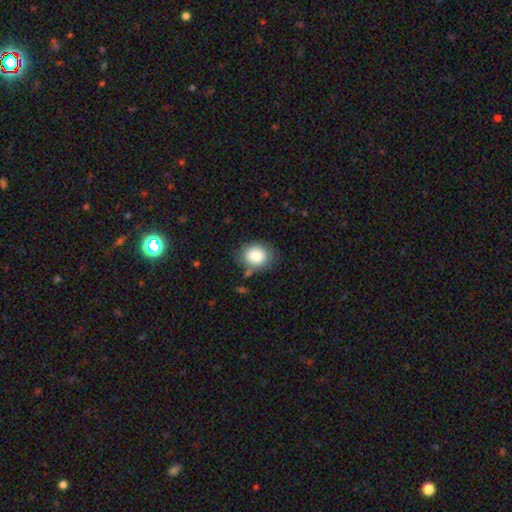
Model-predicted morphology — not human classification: smooth 84%, star or artifact 9%, featured or disk 7%. Down the decision tree: how rounded — round (59%); merging — none (79%).